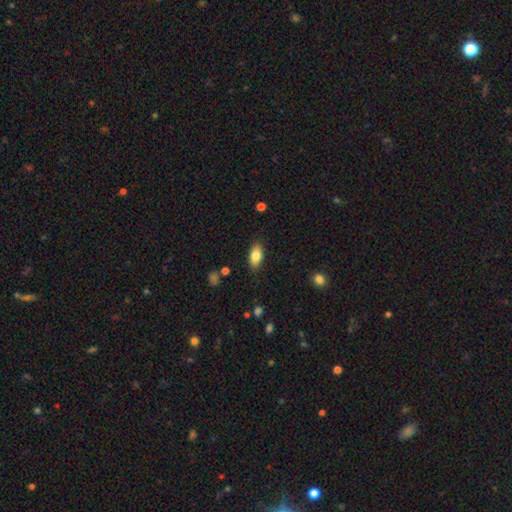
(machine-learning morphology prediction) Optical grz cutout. It shows a smooth galaxy with no disk features (84%) that is in between round and cigar-shaped (90%). Merging: none (85%).